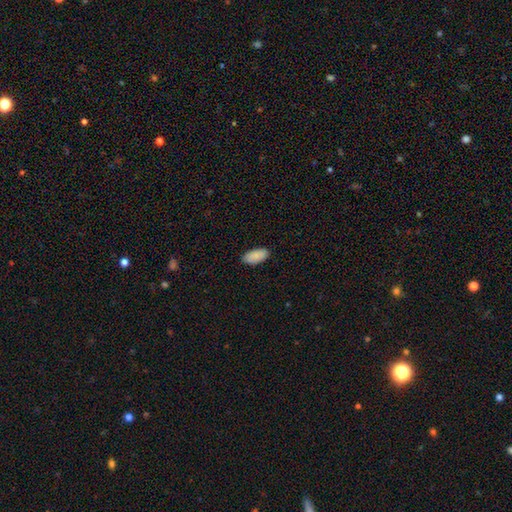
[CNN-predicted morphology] This appears to be a smooth galaxy with no disk features (89%) that is in between round and cigar-shaped (93%). Merging: none (89%).